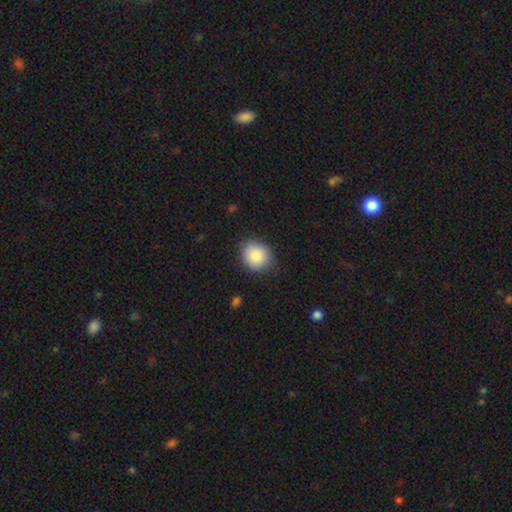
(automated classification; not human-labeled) smooth 86%, star or artifact 8%, featured or disk 6%. Down the decision tree: how rounded — round (72%); merging — none (84%).